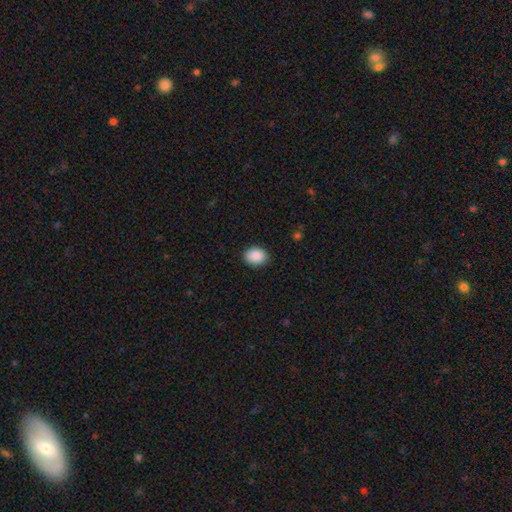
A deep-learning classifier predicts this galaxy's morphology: Smooth or featured?
  - smooth: 90% *
  - star or artifact: 7%
  - featured or disk: 3%
How rounded?
  - in between: 69% *
  - round: 30%
  - cigar-shaped: 1%
Merging?
  - none: 86% *
  - minor disturbance: 10%
  - major disturbance: 2%
  - merger: 1%